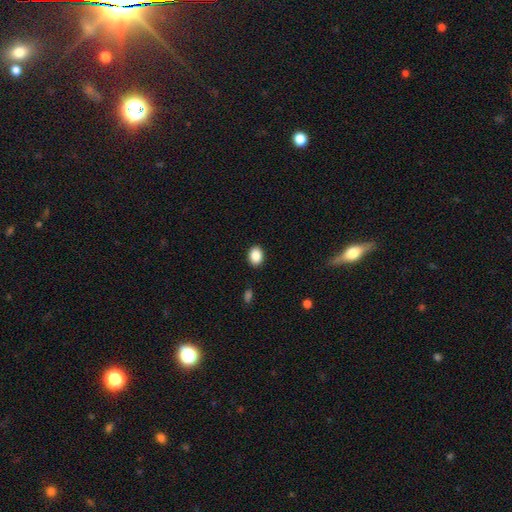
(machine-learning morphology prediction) Smooth or featured? smooth (89%)
How rounded? in between (62%)
Merging? none (90%)